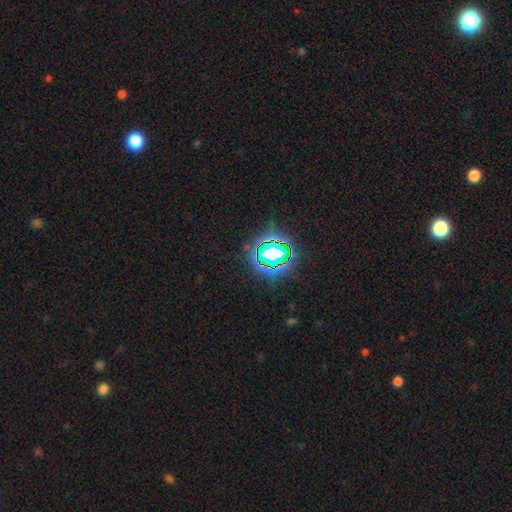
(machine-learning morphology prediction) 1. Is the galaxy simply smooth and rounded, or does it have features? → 80% star or artifact, 14% smooth, 7% featured or disk.